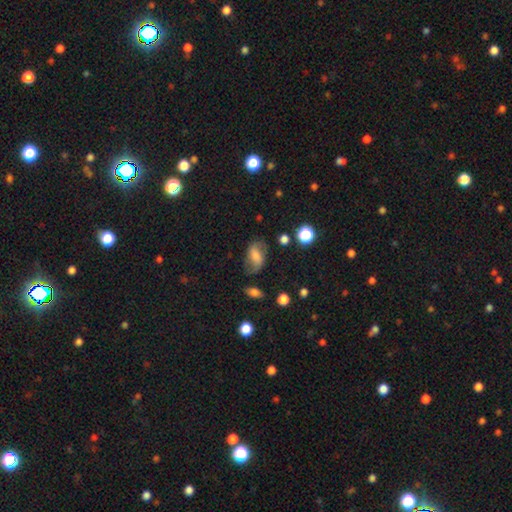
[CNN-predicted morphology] Overall: smooth (49%; featured or disk 40%). Merging: none (62%; minor disturbance 23%).